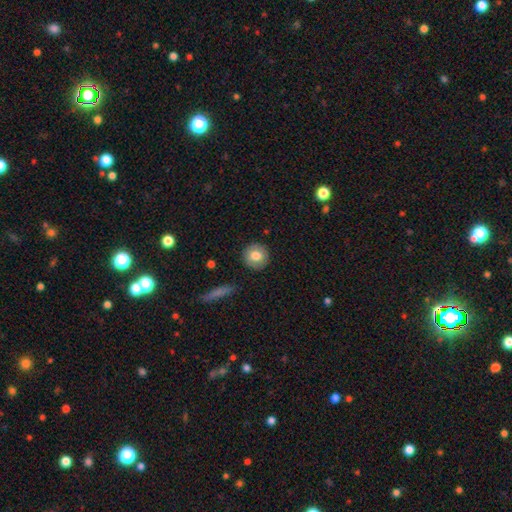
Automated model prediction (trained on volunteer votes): Morphology: type=smooth (75%); roundness=round (92%); merging=none (88%).